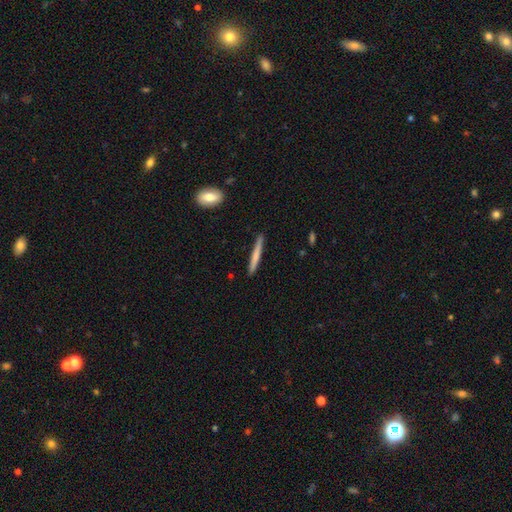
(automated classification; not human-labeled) smooth_or_featured: smooth (p=0.64) [alt: featured or disk p=0.31]
how_rounded: cigar-shaped (p=0.96) [alt: in between p=0.03]
merging: none (p=0.91) [alt: minor disturbance p=0.07]